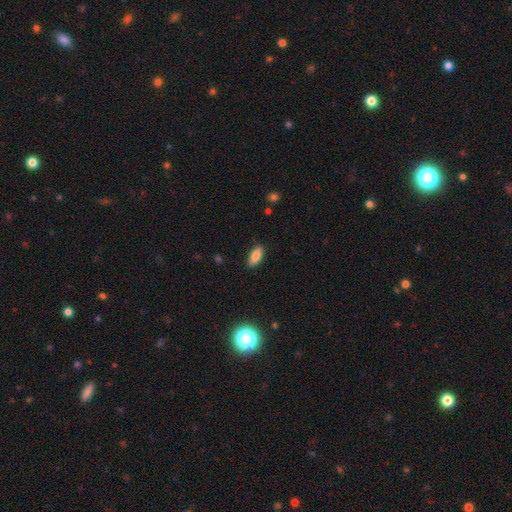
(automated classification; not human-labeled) smooth-or-featured: smooth: 83% | featured or disk: 9% | star or artifact: 8%
  how-rounded: in between: 83% | cigar-shaped: 15% | round: 3%
  merging: none: 86% | minor disturbance: 11% | major disturbance: 2% | merger: 1%